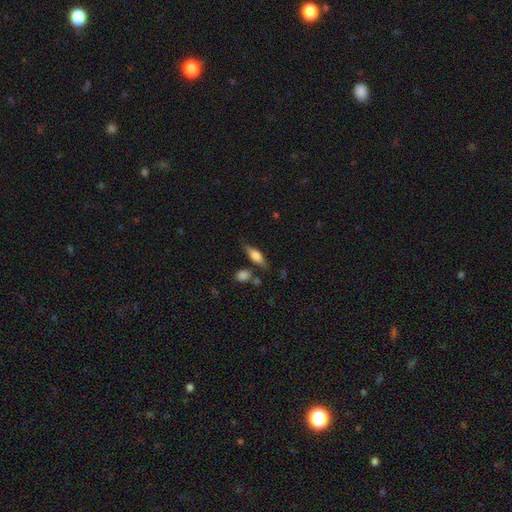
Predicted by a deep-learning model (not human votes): Smooth or featured? smooth (54%)
How rounded? in between (52%)
Merging? none (74%)